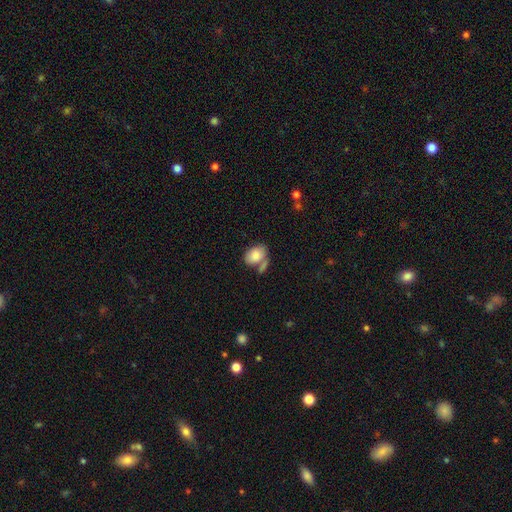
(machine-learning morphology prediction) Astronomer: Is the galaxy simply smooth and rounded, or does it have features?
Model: smooth — 81%.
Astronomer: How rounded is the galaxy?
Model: in between — 80%.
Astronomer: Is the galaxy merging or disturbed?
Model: none — 44% (runner-up: merger, 31%).